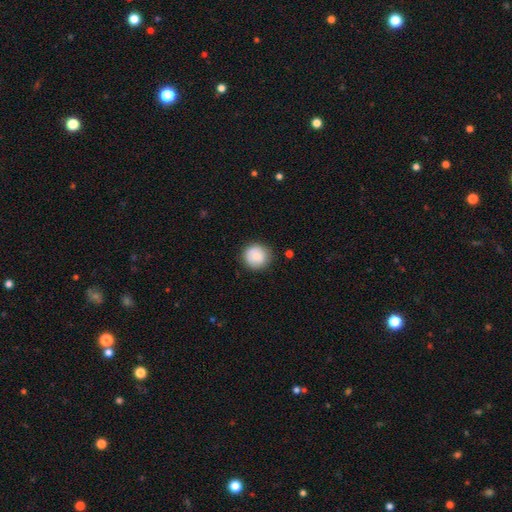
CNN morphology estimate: This appears to be a smooth galaxy with no disk features (81%) that is round (93%). Merging: none (84%).